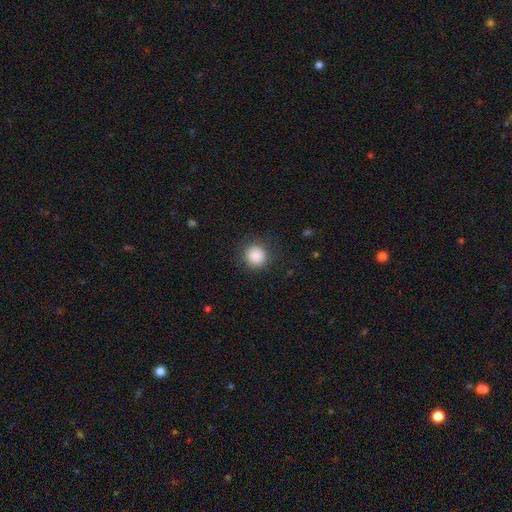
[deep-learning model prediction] Smooth or featured? smooth (88%)
How rounded? round (92%)
Merging? none (88%)